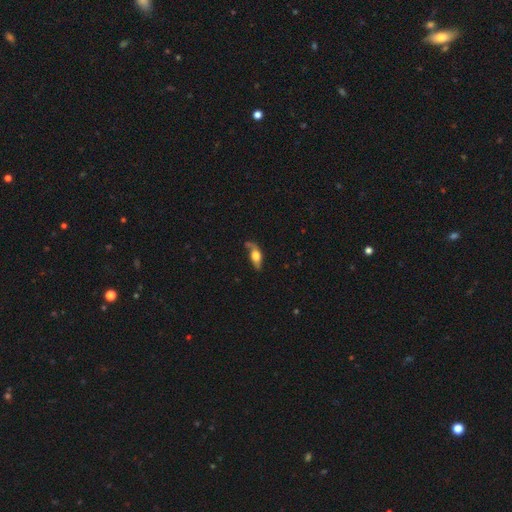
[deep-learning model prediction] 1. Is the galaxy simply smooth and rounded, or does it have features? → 48% smooth, 45% featured or disk, 7% star or artifact.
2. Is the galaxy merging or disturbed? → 53% none, 28% minor disturbance, 15% major disturbance, 4% merger.